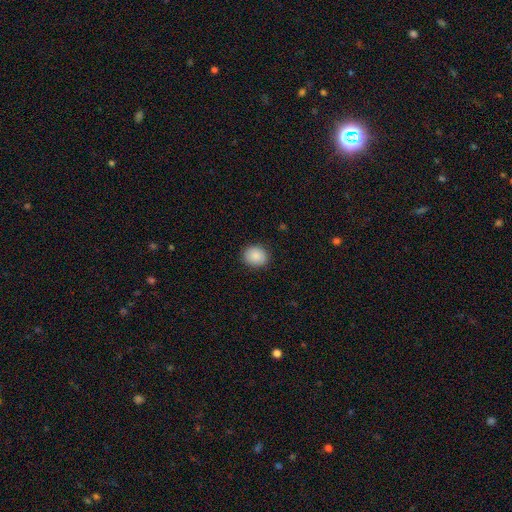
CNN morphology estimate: Overall: smooth (88%). How rounded: round (69%; in between 30%). Merging: none (88%).